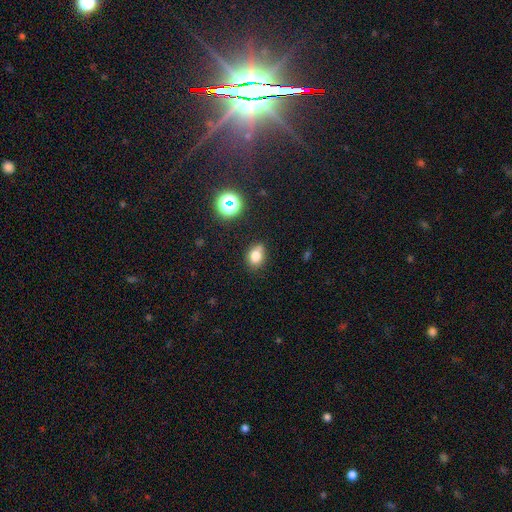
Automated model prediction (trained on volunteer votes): Smooth or featured? Predicted: smooth (p=0.76). How rounded? Predicted: in between (p=0.58). Merging? Predicted: none (p=0.69).